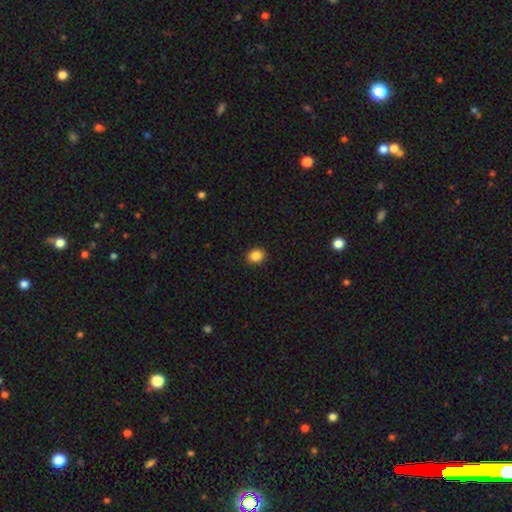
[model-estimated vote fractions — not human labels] Overall: smooth (87%). How rounded: round (59%; in between 40%). Merging: none (90%).